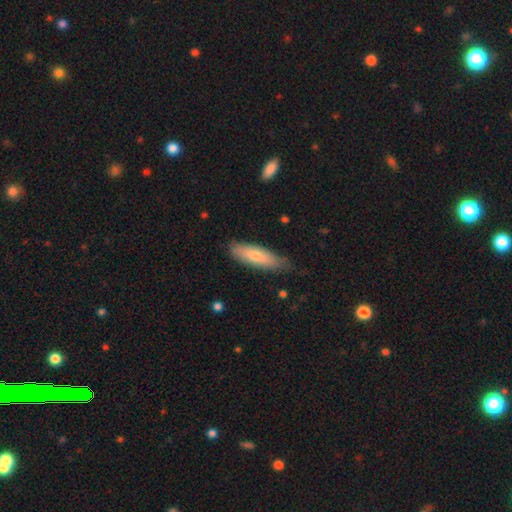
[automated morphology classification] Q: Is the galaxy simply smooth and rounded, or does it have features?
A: smooth — 71%.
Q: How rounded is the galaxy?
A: cigar-shaped — 53%.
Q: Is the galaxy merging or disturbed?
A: none — 74%.